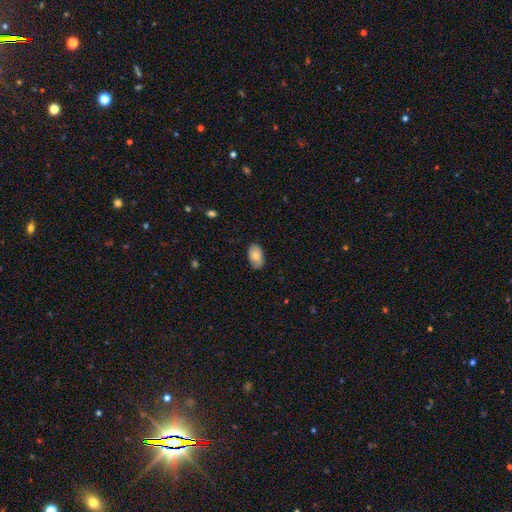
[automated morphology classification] Q: Smooth or featured?
A: smooth (75%); runner-up: featured or disk (19%)
Q: How rounded?
A: in between (93%); runner-up: round (5%)
Q: Merging?
A: none (82%); runner-up: minor disturbance (14%)